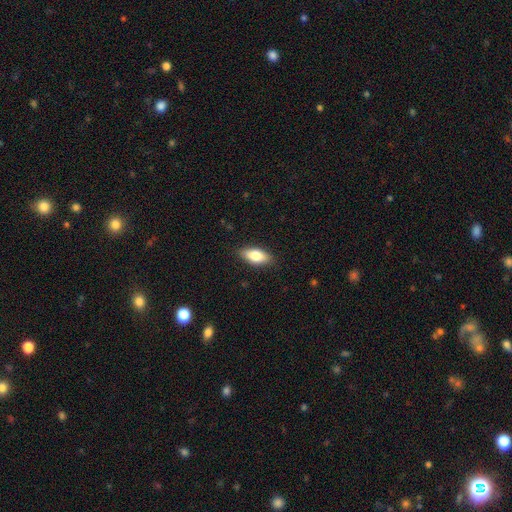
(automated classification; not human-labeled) smooth-or-featured: smooth: 78% | featured or disk: 16% | star or artifact: 7%
  how-rounded: in between: 85% | cigar-shaped: 12% | round: 3%
  merging: none: 86% | minor disturbance: 11% | major disturbance: 2% | merger: 1%